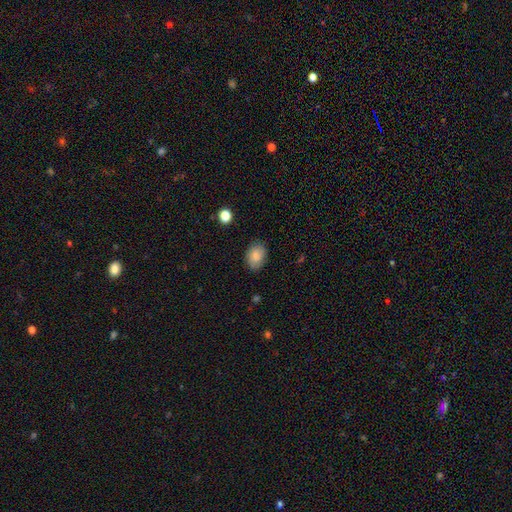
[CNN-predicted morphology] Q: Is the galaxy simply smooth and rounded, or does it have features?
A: smooth — 84%.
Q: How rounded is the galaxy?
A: in between — 79%.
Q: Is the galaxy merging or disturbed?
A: none — 81%.